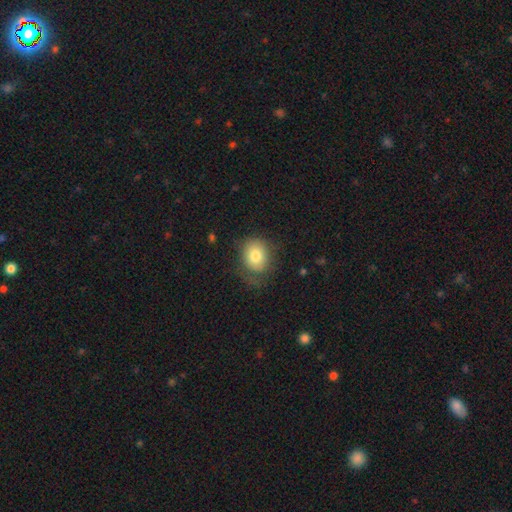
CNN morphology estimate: type=smooth (78%); roundness=round (60%); merging=none (62%).